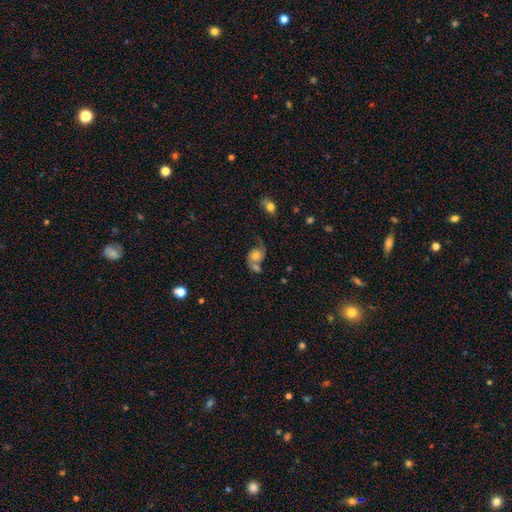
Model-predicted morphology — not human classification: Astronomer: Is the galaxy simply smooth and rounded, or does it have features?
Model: featured or disk — 50% (runner-up: smooth, 40%).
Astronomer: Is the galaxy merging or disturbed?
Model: merger — 42% (runner-up: none, 29%).